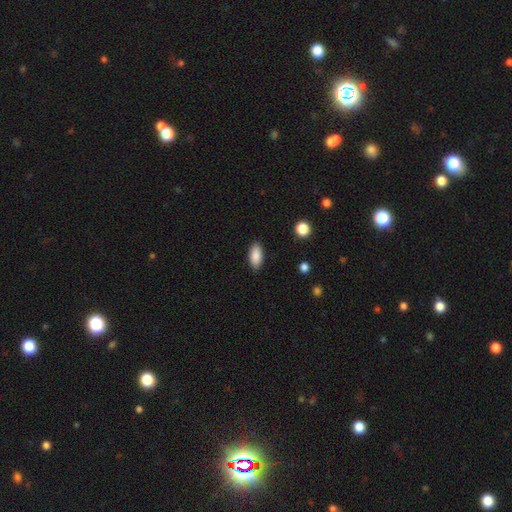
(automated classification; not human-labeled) Q: Smooth or featured?
A: smooth (89%); runner-up: star or artifact (7%)
Q: How rounded?
A: in between (91%); runner-up: cigar-shaped (6%)
Q: Merging?
A: none (88%); runner-up: minor disturbance (9%)